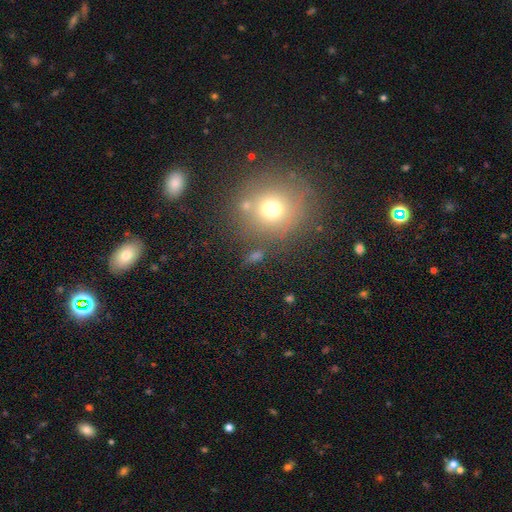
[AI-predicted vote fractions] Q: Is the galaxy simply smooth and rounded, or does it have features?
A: smooth — 59%.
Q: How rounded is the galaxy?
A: round — 76%.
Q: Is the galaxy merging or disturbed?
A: none — 76%.